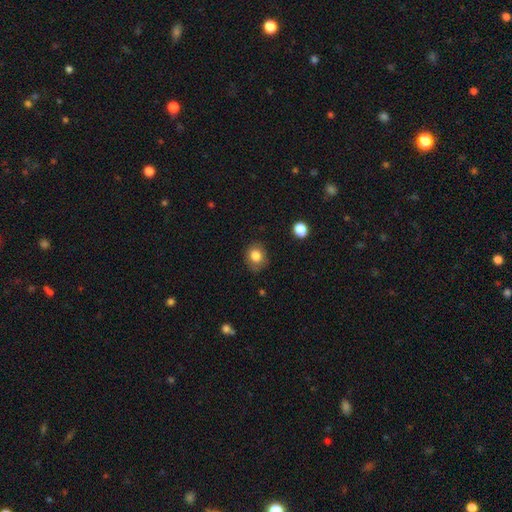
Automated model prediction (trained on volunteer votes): Smooth or featured?
  - smooth: 82% *
  - star or artifact: 9%
  - featured or disk: 9%
How rounded?
  - round: 71% *
  - in between: 28%
  - cigar-shaped: 1%
Merging?
  - none: 80% *
  - minor disturbance: 15%
  - major disturbance: 4%
  - merger: 1%